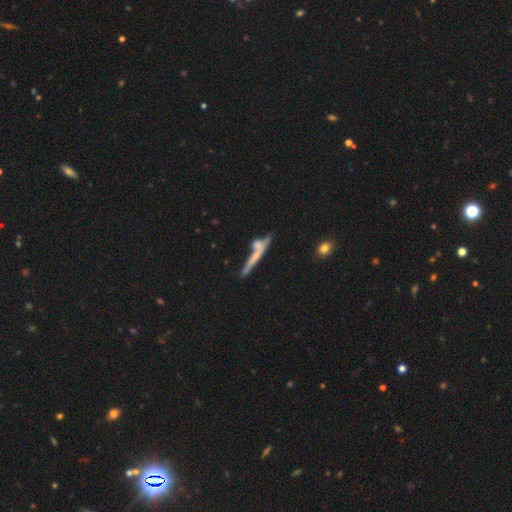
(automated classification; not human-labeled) Morphology: type=featured or disk (46%, tied with smooth); merging=none (50%).